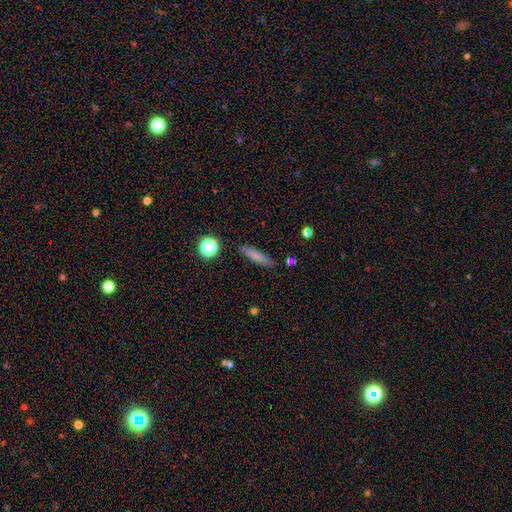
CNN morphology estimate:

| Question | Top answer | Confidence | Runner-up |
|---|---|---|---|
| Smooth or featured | smooth | 74% | featured or disk (16%) |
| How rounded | cigar-shaped | 83% | in between (15%) |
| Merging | none | 86% | minor disturbance (9%) |